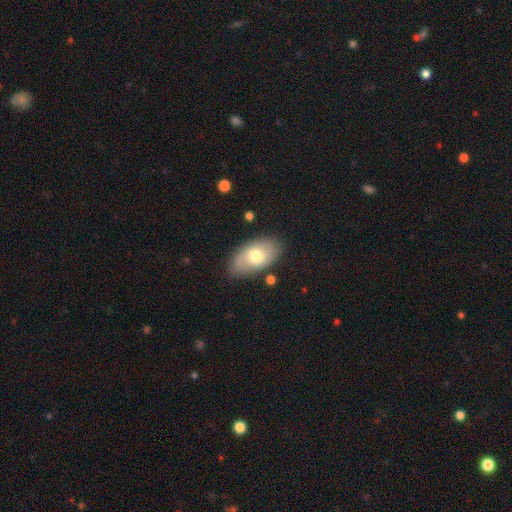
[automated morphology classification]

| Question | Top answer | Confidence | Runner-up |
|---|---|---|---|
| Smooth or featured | smooth | 69% | featured or disk (25%) |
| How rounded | in between | 93% | round (5%) |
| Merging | none | 79% | minor disturbance (15%) |